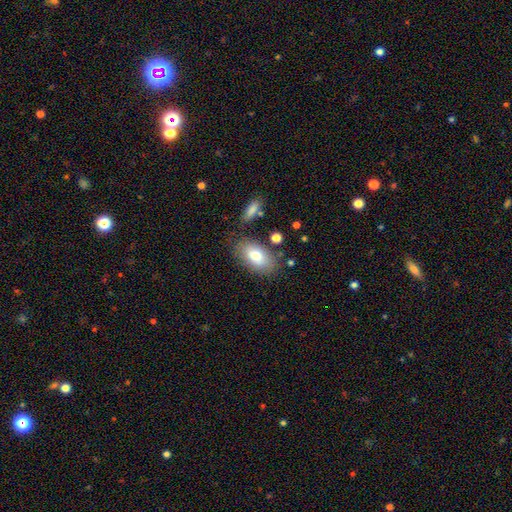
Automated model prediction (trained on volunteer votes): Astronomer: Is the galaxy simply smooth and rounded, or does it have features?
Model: smooth — 77%.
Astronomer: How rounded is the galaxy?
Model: in between — 91%.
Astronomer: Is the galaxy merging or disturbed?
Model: none — 76%.